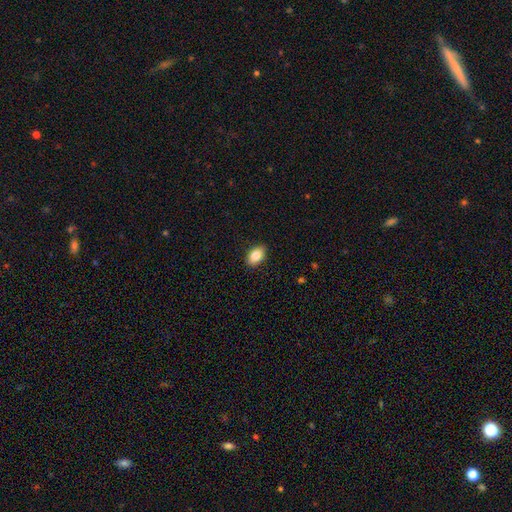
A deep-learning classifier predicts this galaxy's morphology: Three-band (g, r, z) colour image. It shows a smooth galaxy with no disk features (84%) that is in between round and cigar-shaped (87%). Merging: none (89%).